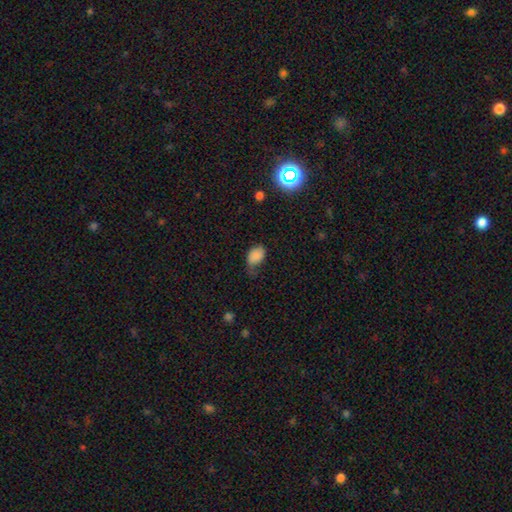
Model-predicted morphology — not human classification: This is clearly a smooth galaxy (80%). How rounded: clearly in between (82%). Merging: marginally minor disturbance (41%).